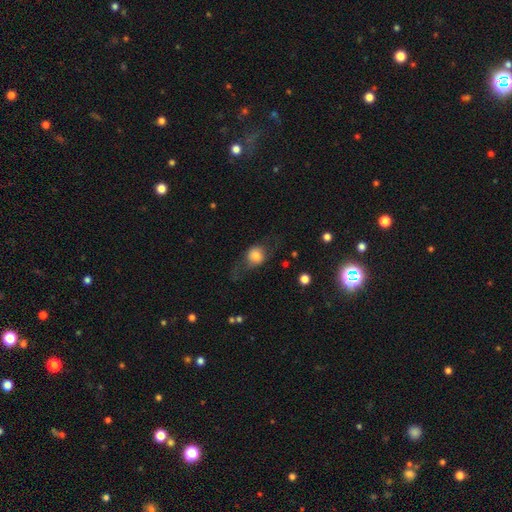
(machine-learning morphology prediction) smooth 65%, featured or disk 26%, star or artifact 9%. Down the decision tree: how rounded — round (68%); merging — none (54%).